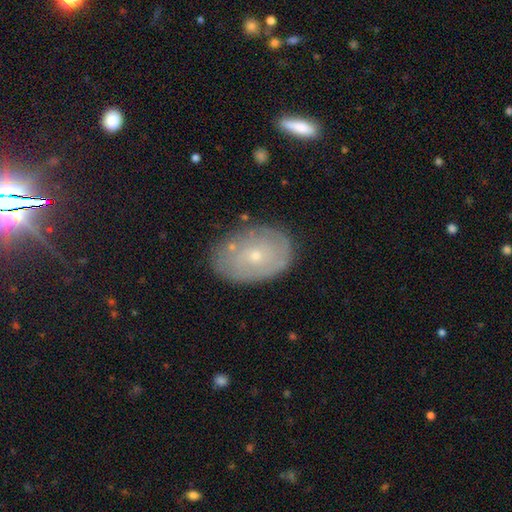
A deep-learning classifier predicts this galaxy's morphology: A featured or disk galaxy (49%). Merging: none (76%).